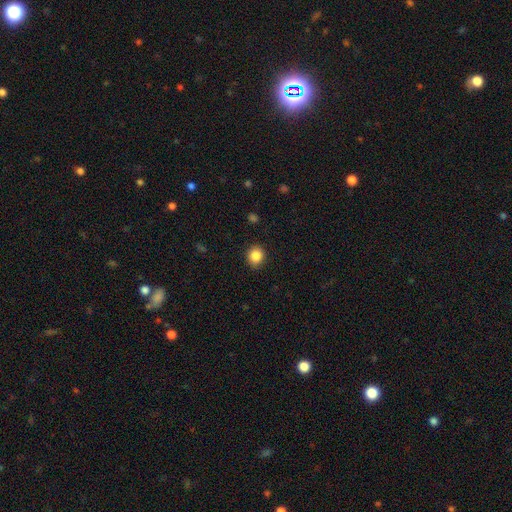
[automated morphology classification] Smooth or featured: smooth — 86% (star or artifact — 10%)
How rounded: round — 81% (in between — 18%)
Merging: none — 90% (minor disturbance — 7%)